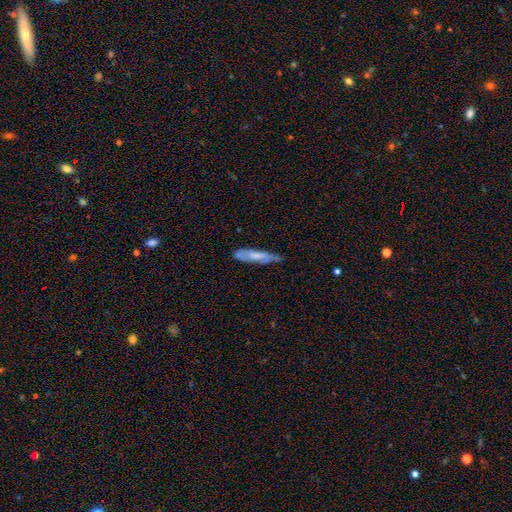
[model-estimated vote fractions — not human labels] Q: Smooth or featured?
A: smooth (54%); runner-up: featured or disk (39%)
Q: How rounded?
A: cigar-shaped (81%); runner-up: in between (17%)
Q: Merging?
A: none (59%); runner-up: minor disturbance (30%)